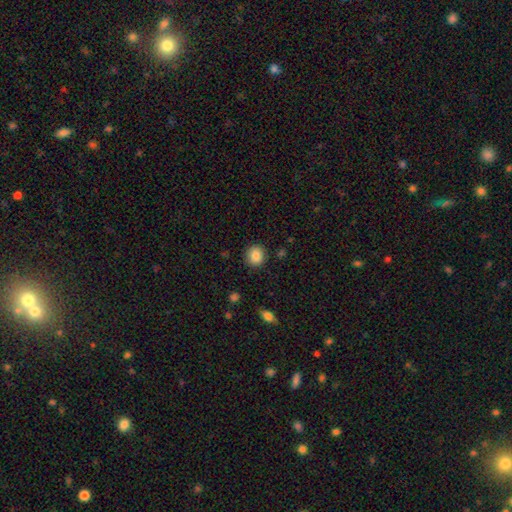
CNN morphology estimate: Smooth or featured? smooth (86%)
How rounded? round (80%)
Merging? none (89%)